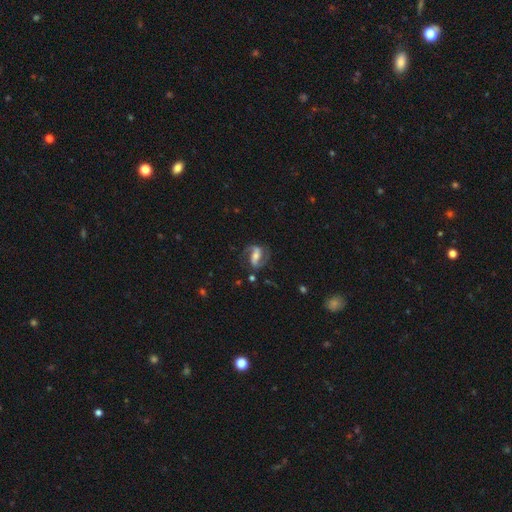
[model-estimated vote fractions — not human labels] featured or disk 84%, smooth 10%, star or artifact 6%. Down the decision tree: edge-on disk — no (96%); bar — strong (49%); spiral arms — yes (95%); spiral arm count — 2 (90%); spiral winding — medium (48%); bulge size — moderate (50%); merging — none (73%).